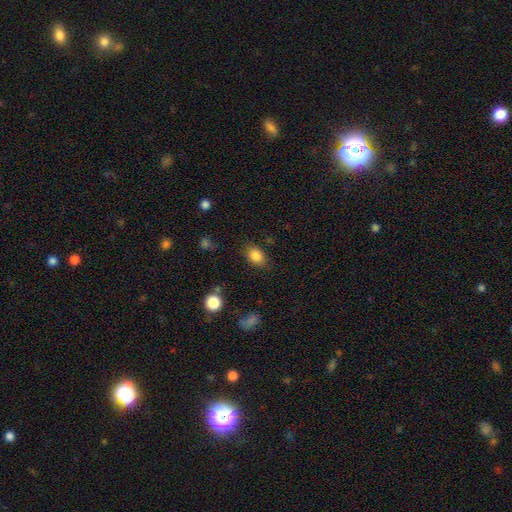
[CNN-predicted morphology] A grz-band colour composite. It shows a smooth galaxy with no disk features (85%) that is in between round and cigar-shaped (76%). Merging: none (81%).